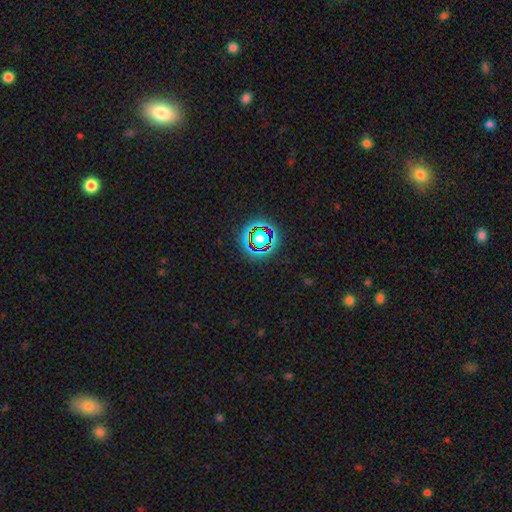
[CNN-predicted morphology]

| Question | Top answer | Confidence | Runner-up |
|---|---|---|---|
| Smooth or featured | star or artifact | 67% | smooth (19%) |